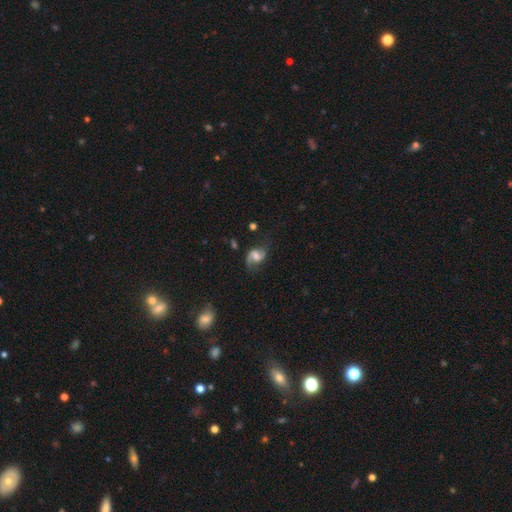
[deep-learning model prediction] Overall: featured or disk (75%). Edge-on disk: no (97%). Bar: weak (45%; no 42%). Spiral arms: yes (94%). Spiral arm count: 2 (89%). Spiral winding: loose (59%; medium 33%). Bulge size: moderate (44%; small 23%). Merging: none (67%).